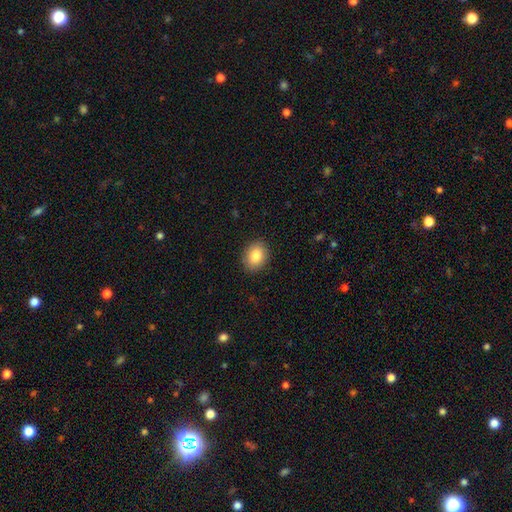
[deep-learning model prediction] smooth_or_featured: smooth (p=0.87) [alt: star or artifact p=0.07]
how_rounded: in between (p=0.60) [alt: round p=0.39]
merging: none (p=0.89) [alt: minor disturbance p=0.08]